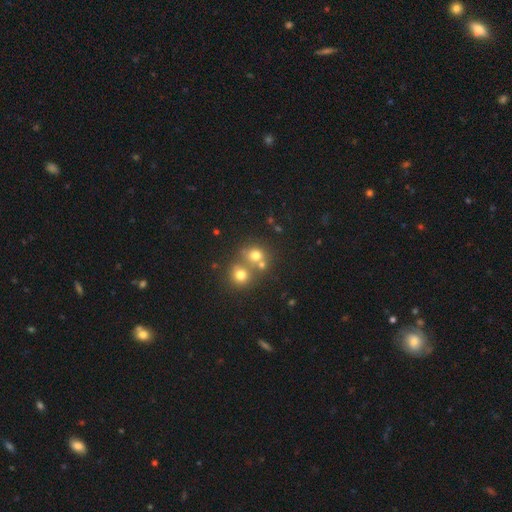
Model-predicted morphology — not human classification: This is likely a smooth galaxy (69%). How rounded: clearly round (81%). Merging: possibly none (47%).